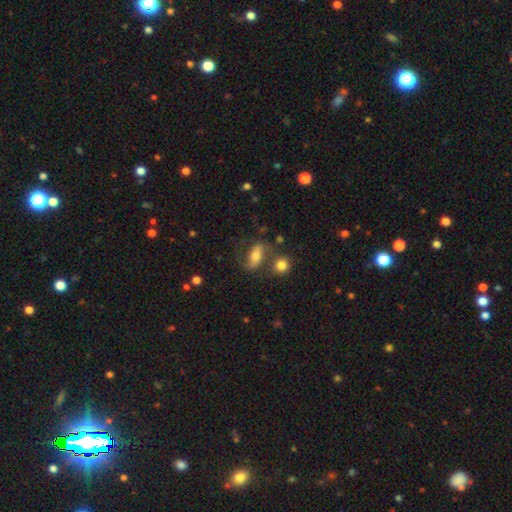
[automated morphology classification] Smooth or featured? featured or disk (62%)
Edge-on disk? no (91%)
Bar? no (38%)
Spiral arms? yes (87%)
Bulge size? moderate (63%)
Merging? none (58%)